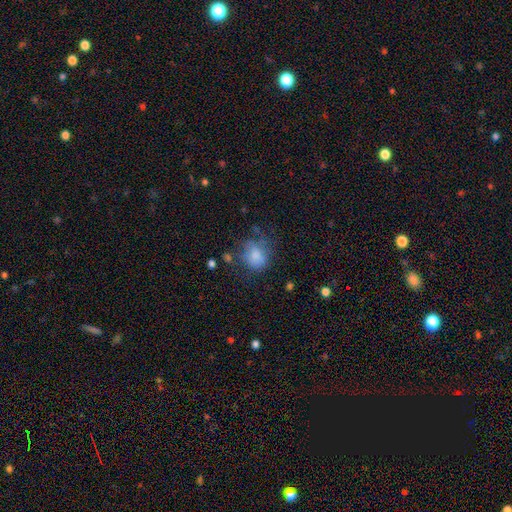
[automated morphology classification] This appears to be a smooth galaxy with no disk features (77%) that is round (58%). Merging: none (48%).